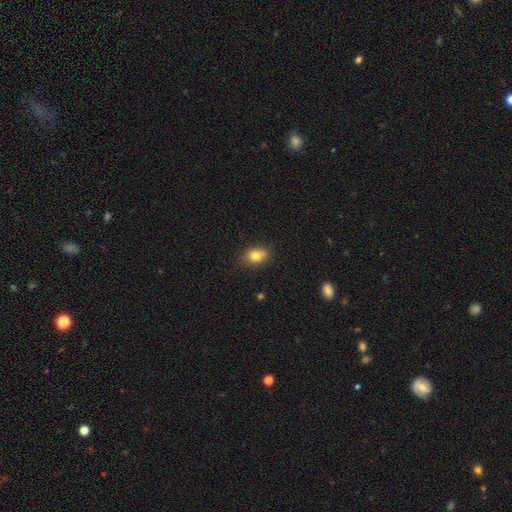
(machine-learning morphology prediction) type=smooth (79%); roundness=in between (62%); merging=none (71%).